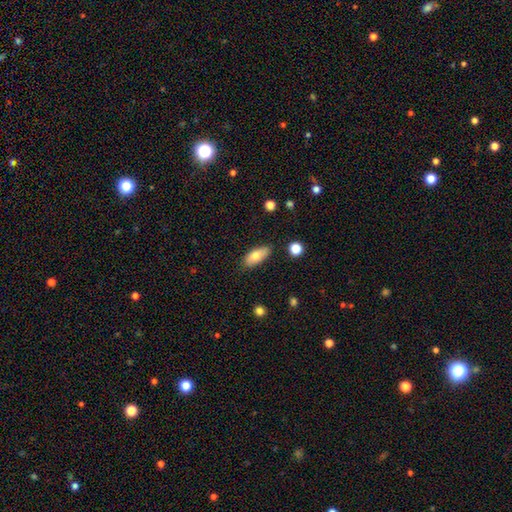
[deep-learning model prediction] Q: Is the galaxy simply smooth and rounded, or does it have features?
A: smooth — 75%.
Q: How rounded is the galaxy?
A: in between — 85%.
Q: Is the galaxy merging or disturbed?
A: none — 82%.